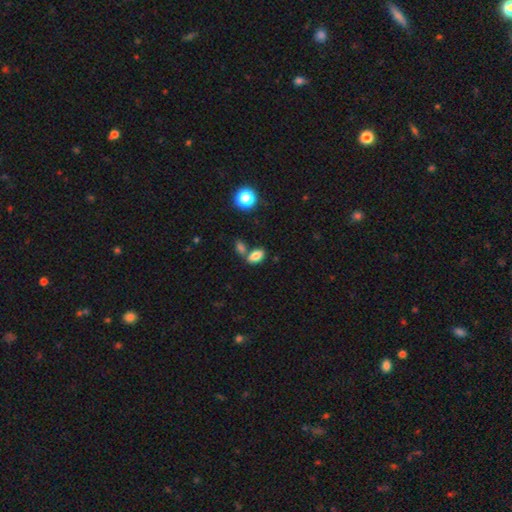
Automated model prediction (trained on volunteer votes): This appears to be a smooth galaxy with no disk features (83%) that is in between round and cigar-shaped (89%). Merging: none (58%).